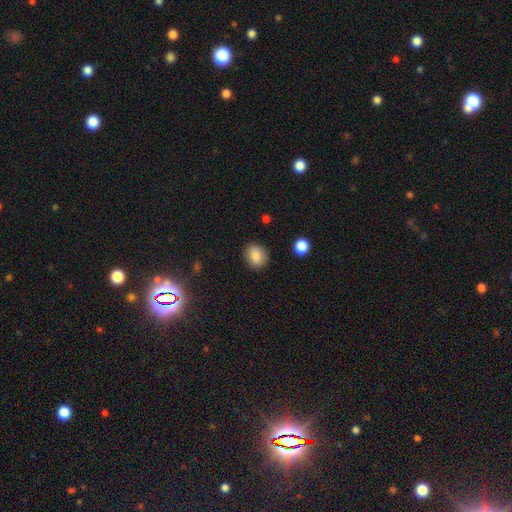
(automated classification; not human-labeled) A smooth galaxy with no disk features (87%) that is round (54%).

Vote fractions:
- Smooth or featured? smooth: 87% / star or artifact: 9% / featured or disk: 4%
- How rounded? round: 54% / in between: 45% / cigar-shaped: 1%
- Merging? none: 87% / minor disturbance: 9% / major disturbance: 3% / merger: 1%